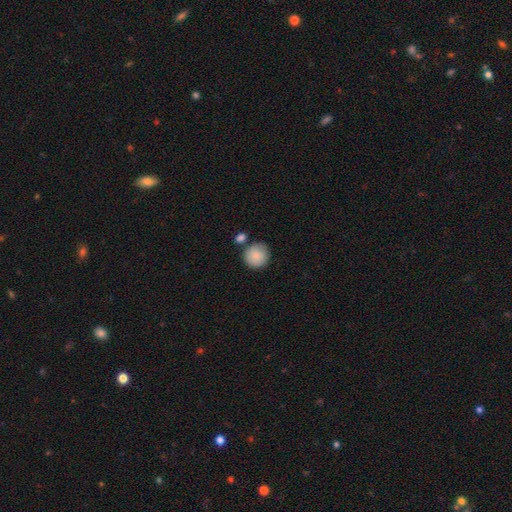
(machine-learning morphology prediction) A smooth galaxy with no disk features (87%) that is round (92%).

Vote fractions:
- Smooth or featured? smooth: 87% / star or artifact: 7% / featured or disk: 6%
- How rounded? round: 92% / in between: 7% / cigar-shaped: 1%
- Merging? none: 72% / minor disturbance: 13% / merger: 12% / major disturbance: 3%